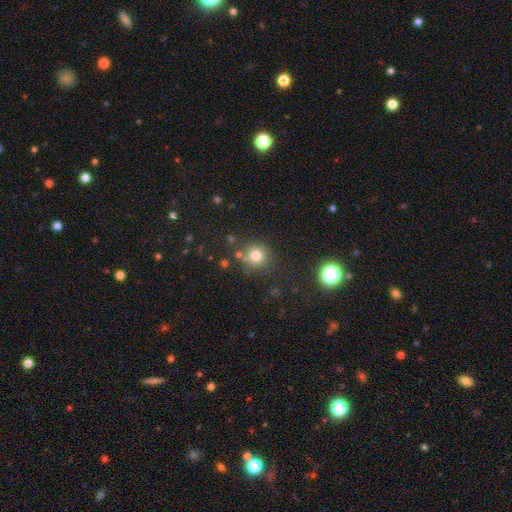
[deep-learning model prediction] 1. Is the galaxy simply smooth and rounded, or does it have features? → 77% smooth, 15% star or artifact, 7% featured or disk.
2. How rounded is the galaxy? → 91% round, 8% in between, 1% cigar-shaped.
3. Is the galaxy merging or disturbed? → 75% none, 11% minor disturbance, 9% merger, 4% major disturbance.